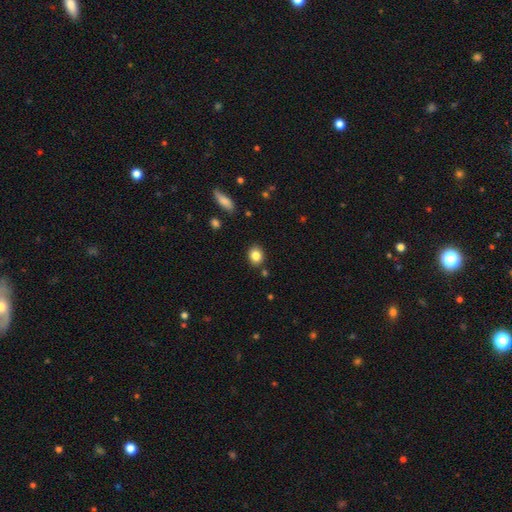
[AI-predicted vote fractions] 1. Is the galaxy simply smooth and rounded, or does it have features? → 85% smooth, 9% star or artifact, 6% featured or disk.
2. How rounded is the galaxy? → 62% round, 37% in between, 1% cigar-shaped.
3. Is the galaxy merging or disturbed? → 85% none, 9% minor disturbance, 3% merger, 2% major disturbance.